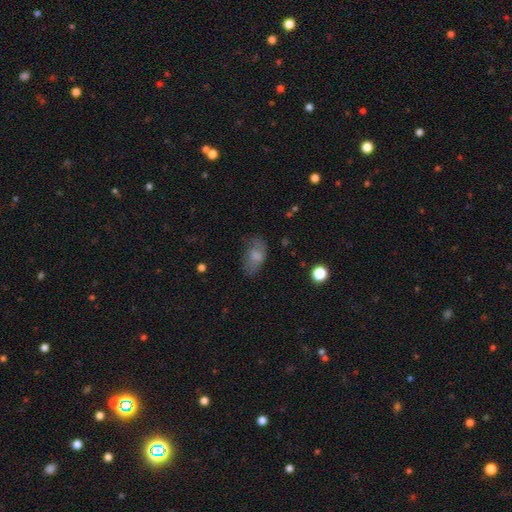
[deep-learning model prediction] This is likely a smooth galaxy (67%). How rounded: clearly in between (90%). Merging: possibly none (53%).